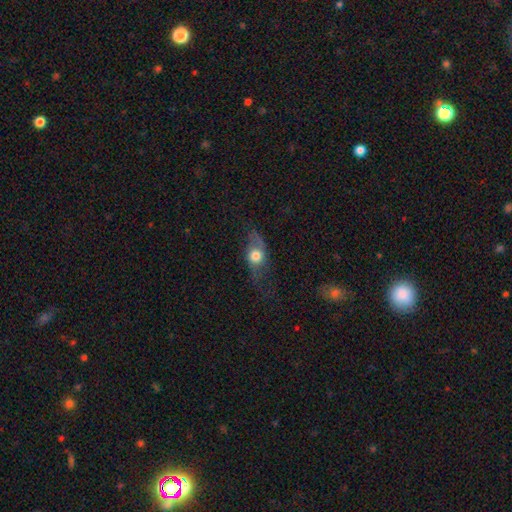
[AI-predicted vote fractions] Smooth or featured?
  - smooth: 56% *
  - featured or disk: 35%
  - star or artifact: 10%
How rounded?
  - in between: 55% *
  - round: 35%
  - cigar-shaped: 10%
Merging?
  - none: 49% *
  - minor disturbance: 26%
  - major disturbance: 23%
  - merger: 2%